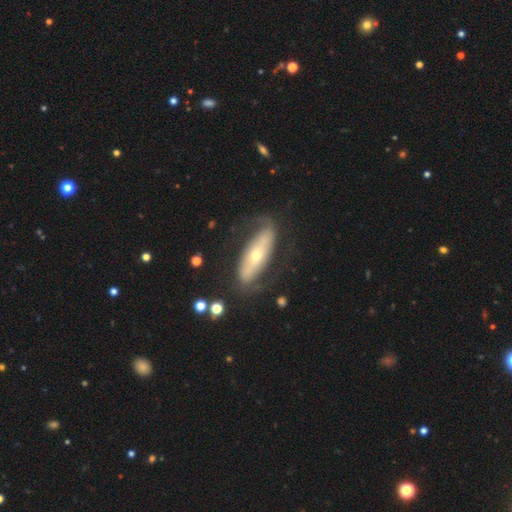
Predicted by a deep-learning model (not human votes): This appears to be a featured or disk galaxy (66%). Merging: none (69%).